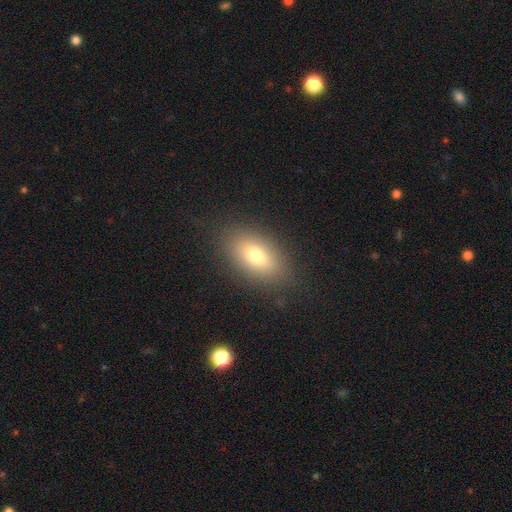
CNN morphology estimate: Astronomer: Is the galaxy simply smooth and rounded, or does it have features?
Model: smooth — 73%.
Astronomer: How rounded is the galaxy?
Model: in between — 86%.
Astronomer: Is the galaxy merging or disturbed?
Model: none — 84%.